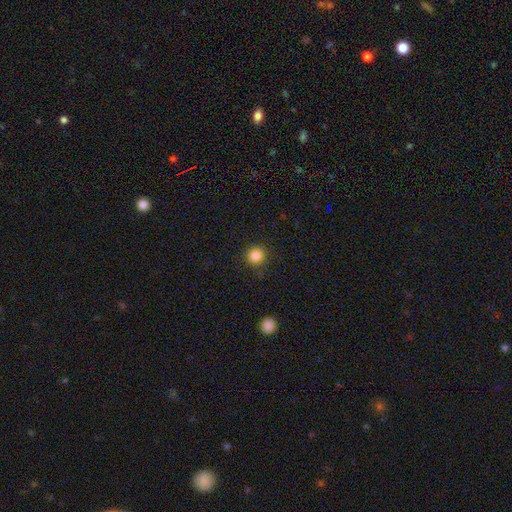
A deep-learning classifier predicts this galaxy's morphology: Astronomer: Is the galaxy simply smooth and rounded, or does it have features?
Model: smooth — 85%.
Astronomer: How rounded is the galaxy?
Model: round — 94%.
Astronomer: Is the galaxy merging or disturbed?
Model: none — 90%.